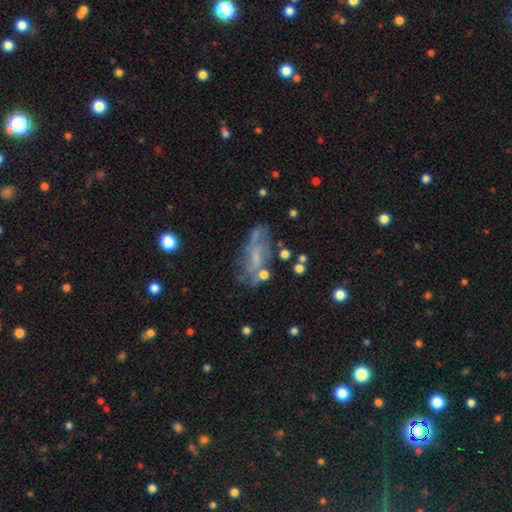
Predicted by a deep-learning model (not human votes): Q: Smooth or featured?
A: featured or disk (58%); runner-up: smooth (27%)
Q: Edge-on disk?
A: no (87%); runner-up: yes (13%)
Q: Merging?
A: none (56%); runner-up: minor disturbance (21%)